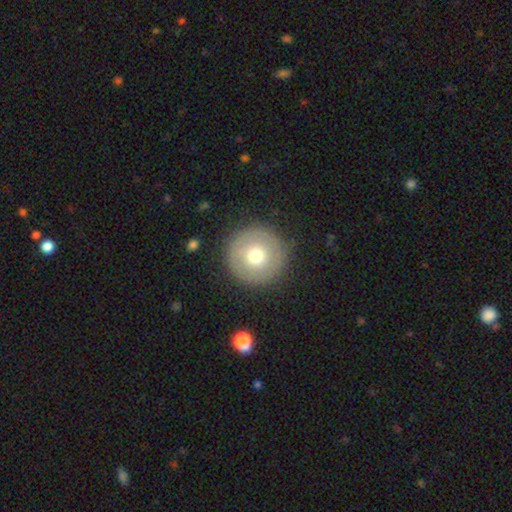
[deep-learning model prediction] Smooth or featured? Predicted: smooth (p=0.63). How rounded? Predicted: round (p=0.96). Merging? Predicted: none (p=0.87).